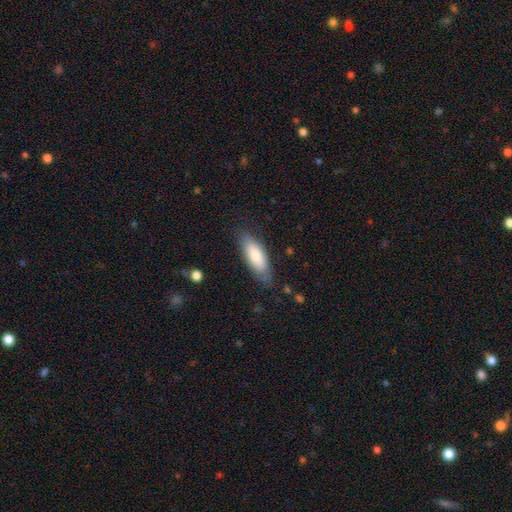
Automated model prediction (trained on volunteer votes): A smooth galaxy with no disk features (79%) that is in between round and cigar-shaped (66%).

Vote fractions:
- Smooth or featured? smooth: 79% / featured or disk: 16% / star or artifact: 6%
- How rounded? in between: 66% / cigar-shaped: 32% / round: 2%
- Merging? none: 77% / minor disturbance: 17% / major disturbance: 4% / merger: 1%